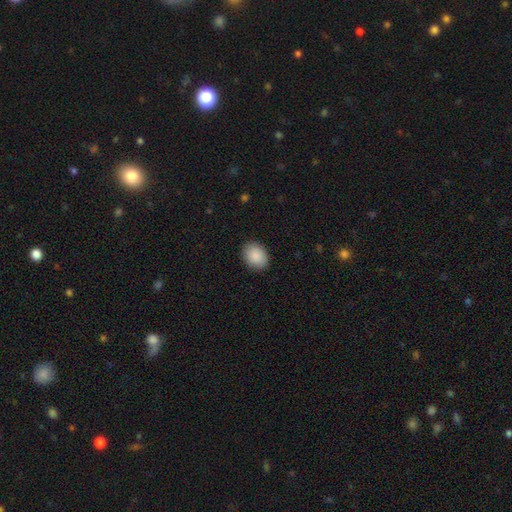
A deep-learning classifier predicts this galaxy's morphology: This appears to be a smooth galaxy with no disk features (90%) that is in between round and cigar-shaped (64%). Merging: none (89%).